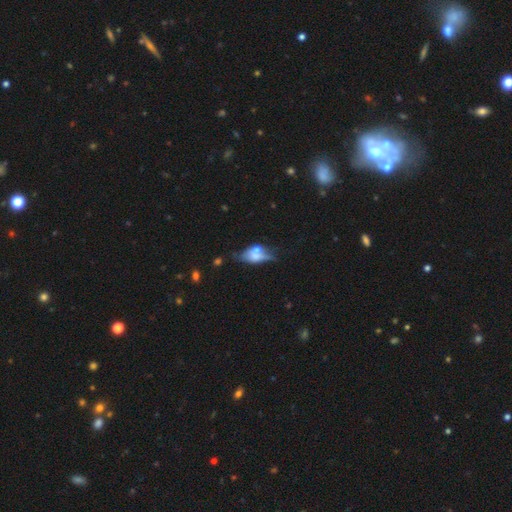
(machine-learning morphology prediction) The model was most divided on "merging" (2-way tie): merger: 32%, none: 32%, minor disturbance: 21%, major disturbance: 16%. More confident: how rounded — in between (77%); smooth or featured — smooth (52%).